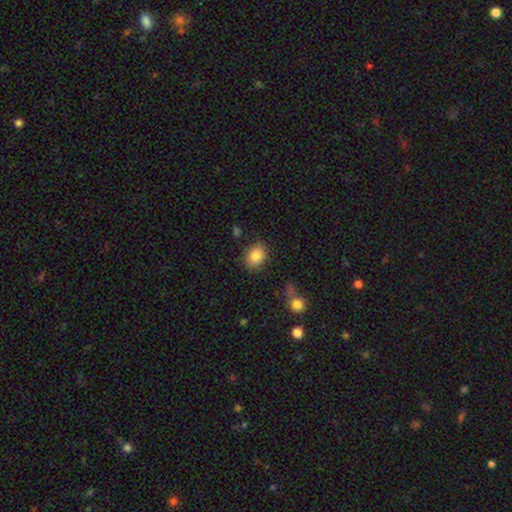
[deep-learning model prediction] Q: Smooth or featured?
A: smooth (85%); runner-up: star or artifact (9%)
Q: How rounded?
A: in between (55%); runner-up: round (44%)
Q: Merging?
A: none (83%); runner-up: minor disturbance (12%)